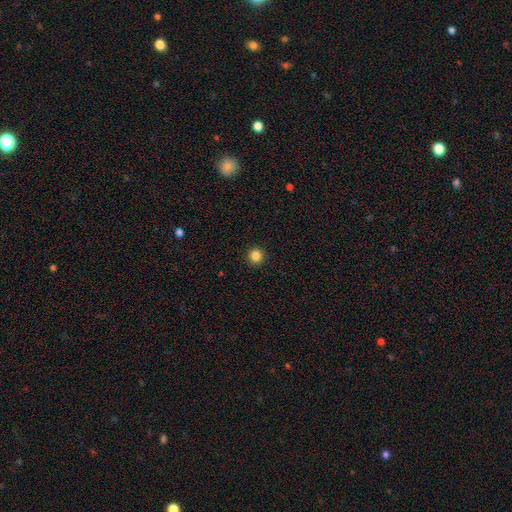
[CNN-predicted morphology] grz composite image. It shows a smooth galaxy with no disk features (85%) that is round (95%). Merging: none (93%).